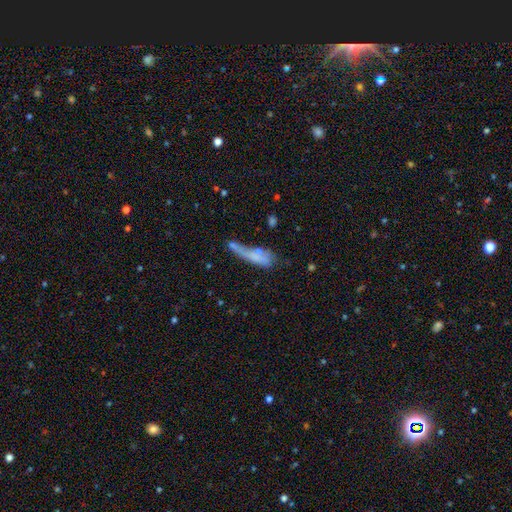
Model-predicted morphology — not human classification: smooth 58%, featured or disk 31%, star or artifact 11%. Down the decision tree: how rounded — cigar-shaped (64%); merging — major disturbance (29%).